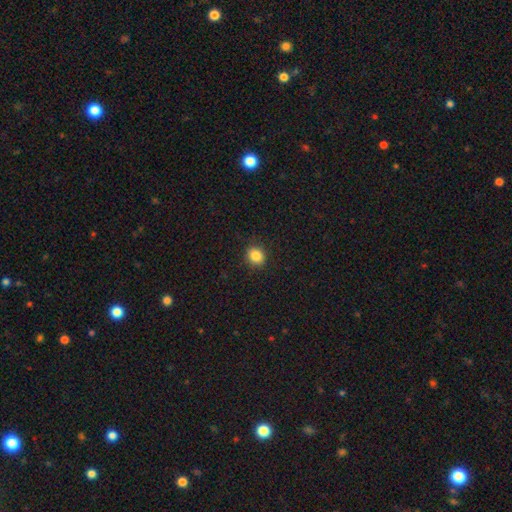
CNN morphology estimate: A smooth galaxy with no disk features (85%) that is round (75%). Merging: none (89%).